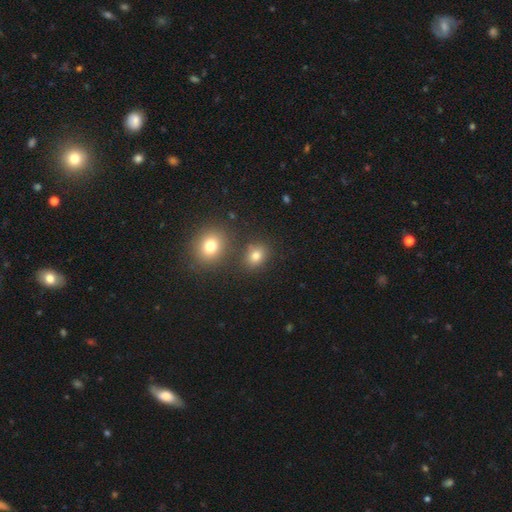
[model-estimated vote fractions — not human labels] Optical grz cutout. It shows a smooth galaxy with no disk features (77%) that is round (56%). Merging: none (75%).